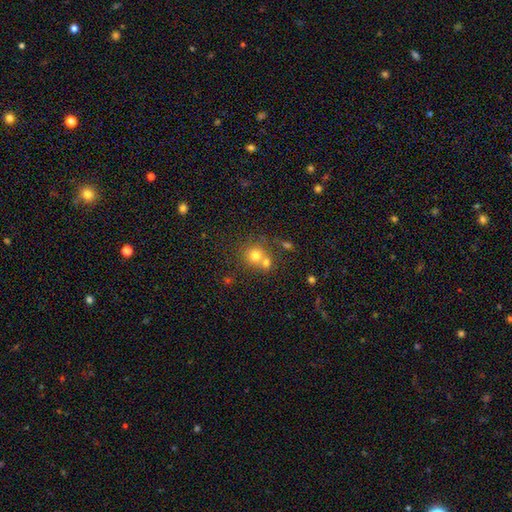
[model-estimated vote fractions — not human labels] A smooth galaxy with no disk features (74%) that is round (85%). Merging: merger (46%).